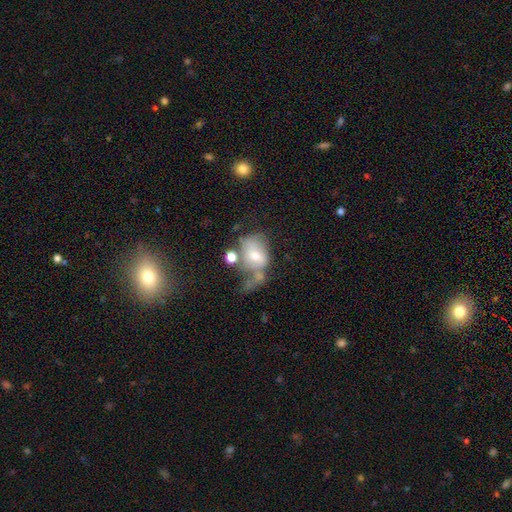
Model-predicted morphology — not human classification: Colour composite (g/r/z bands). It shows a smooth galaxy with no disk features (49%). Merging: major disturbance (33%).